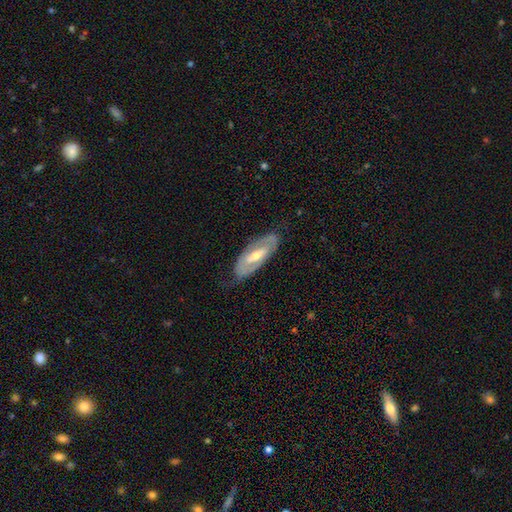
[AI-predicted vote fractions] This appears to be a featured or disk galaxy (71%) with a weak bar (38%), spiral arms (57%) and a moderate central bulge (57%). Merging: none (75%).